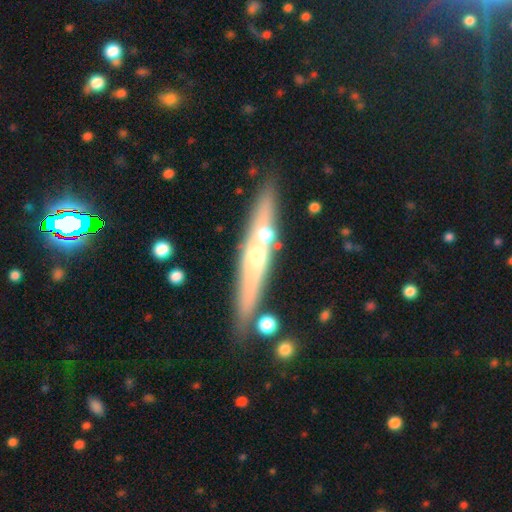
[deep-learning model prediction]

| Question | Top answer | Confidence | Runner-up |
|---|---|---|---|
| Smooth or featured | featured or disk | 62% | smooth (29%) |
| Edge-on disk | yes | 86% | no (14%) |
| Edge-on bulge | rounded | 74% | none (23%) |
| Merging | none | 78% | minor disturbance (10%) |